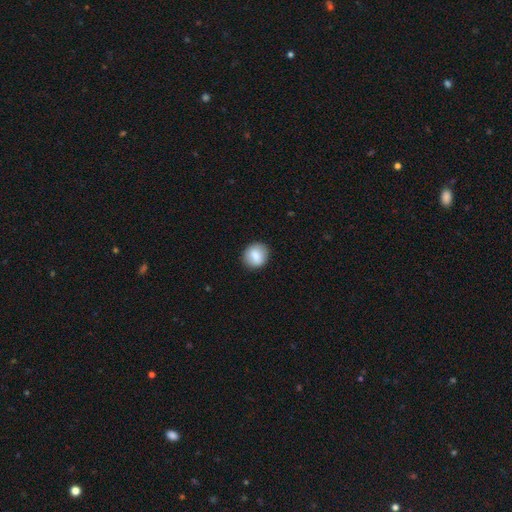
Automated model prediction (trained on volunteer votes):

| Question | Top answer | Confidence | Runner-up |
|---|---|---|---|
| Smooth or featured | smooth | 81% | featured or disk (12%) |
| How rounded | round | 78% | in between (21%) |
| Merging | none | 87% | minor disturbance (10%) |